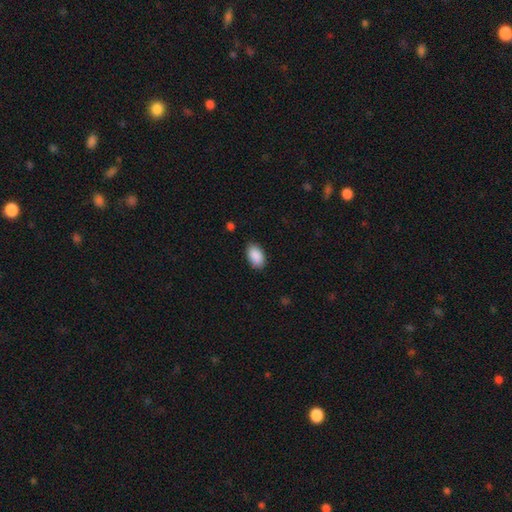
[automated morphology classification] Q: Smooth or featured?
A: smooth (90%); runner-up: star or artifact (6%)
Q: How rounded?
A: in between (93%); runner-up: round (5%)
Q: Merging?
A: none (84%); runner-up: minor disturbance (13%)